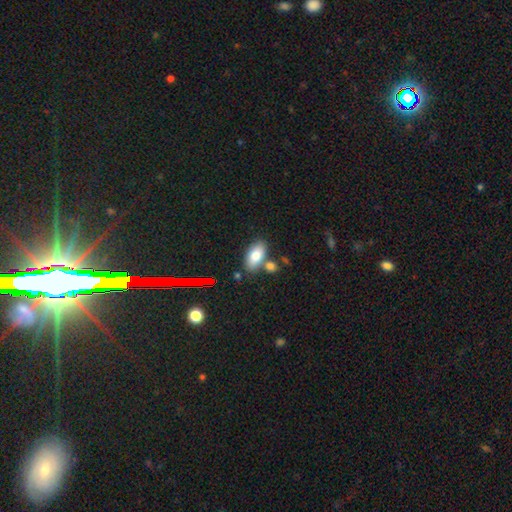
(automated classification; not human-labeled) Smooth or featured? smooth (79%)
How rounded? in between (90%)
Merging? none (68%)